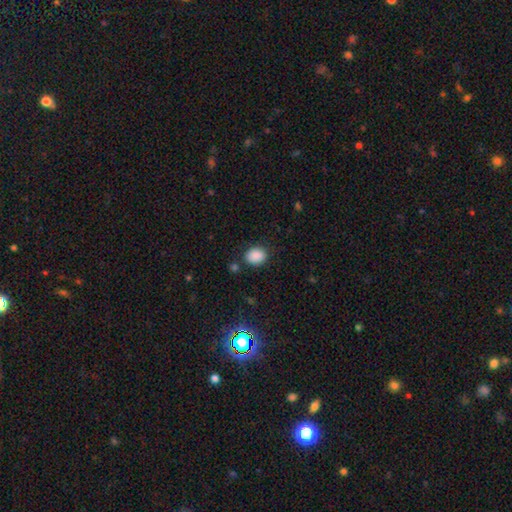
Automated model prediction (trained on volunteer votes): smooth-or-featured: smooth: 88% | star or artifact: 9% | featured or disk: 3%
  how-rounded: in between: 52% | round: 47% | cigar-shaped: 1%
  merging: none: 81% | minor disturbance: 12% | major disturbance: 4% | merger: 3%